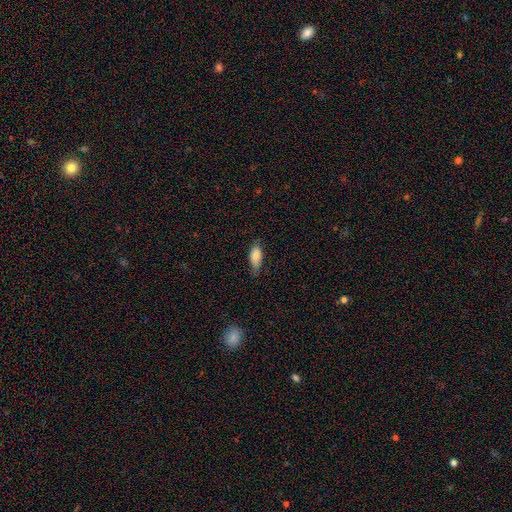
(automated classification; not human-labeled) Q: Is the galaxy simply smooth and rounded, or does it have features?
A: smooth — 82%.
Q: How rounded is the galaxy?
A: in between — 81%.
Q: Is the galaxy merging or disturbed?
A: none — 68%.